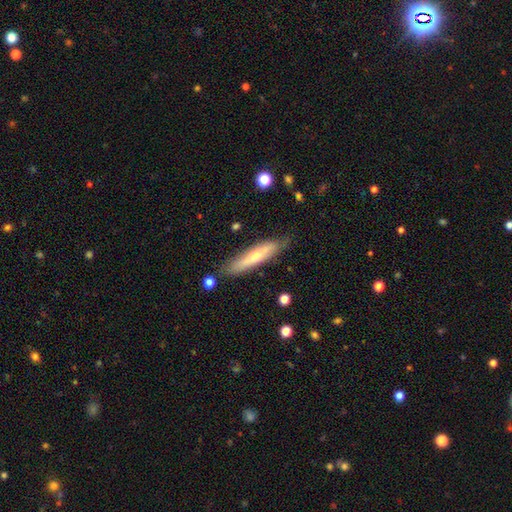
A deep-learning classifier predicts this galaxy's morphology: smooth-or-featured: smooth: 50% | featured or disk: 44% | star or artifact: 6%
  merging: none: 77% | minor disturbance: 17% | major disturbance: 4% | merger: 2%